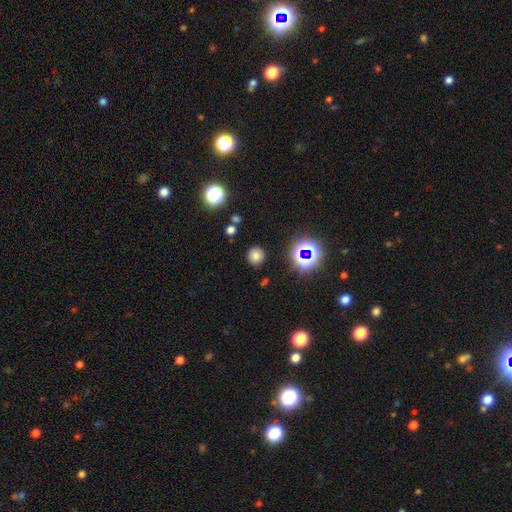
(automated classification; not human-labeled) Overall: smooth (71%). How rounded: round (92%). Merging: none (89%).